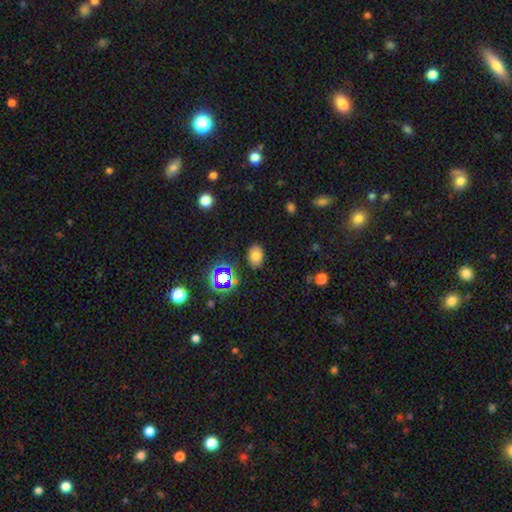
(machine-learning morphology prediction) smooth 72%, star or artifact 20%, featured or disk 8%. Down the decision tree: how rounded — in between (80%); merging — none (84%).